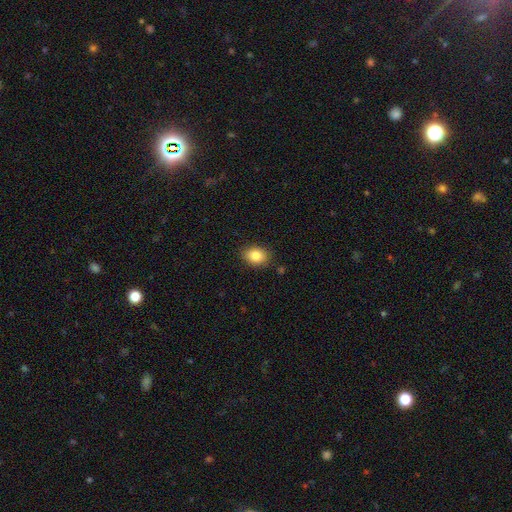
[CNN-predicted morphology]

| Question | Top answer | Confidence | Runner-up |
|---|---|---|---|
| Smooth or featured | smooth | 84% | star or artifact (9%) |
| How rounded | in between | 62% | round (37%) |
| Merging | none | 86% | minor disturbance (10%) |